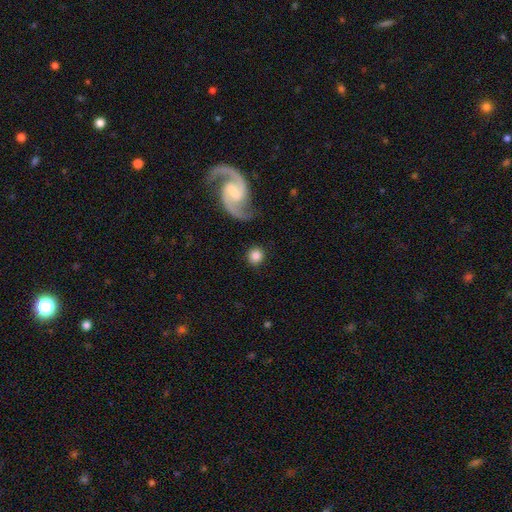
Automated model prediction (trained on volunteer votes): Overall: smooth (77%). How rounded: round (91%). Merging: none (84%).